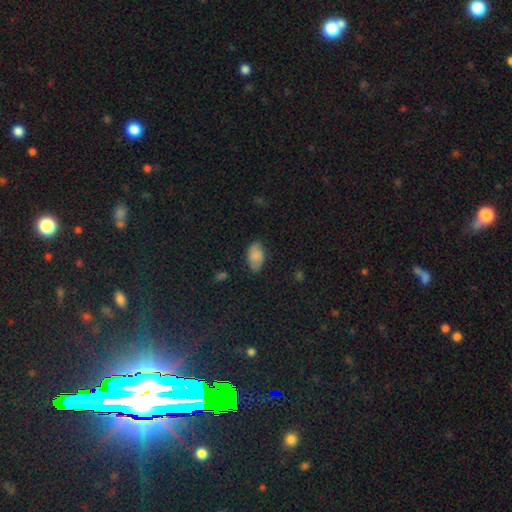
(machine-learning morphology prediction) Smooth or featured? Predicted: smooth (p=0.80). How rounded? Predicted: in between (p=0.93). Merging? Predicted: none (p=0.76).